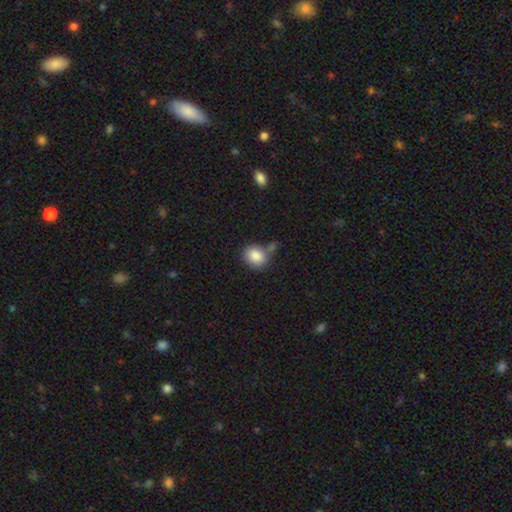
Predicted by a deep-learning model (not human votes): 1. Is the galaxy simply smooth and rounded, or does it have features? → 86% smooth, 8% star or artifact, 6% featured or disk.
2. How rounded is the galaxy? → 54% round, 45% in between, 1% cigar-shaped.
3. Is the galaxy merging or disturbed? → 58% none, 19% merger, 18% minor disturbance, 5% major disturbance.